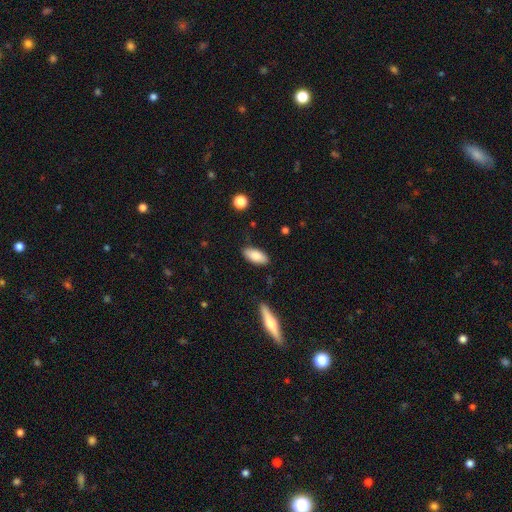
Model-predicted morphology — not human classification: Smooth or featured? smooth (83%)
How rounded? in between (88%)
Merging? none (85%)